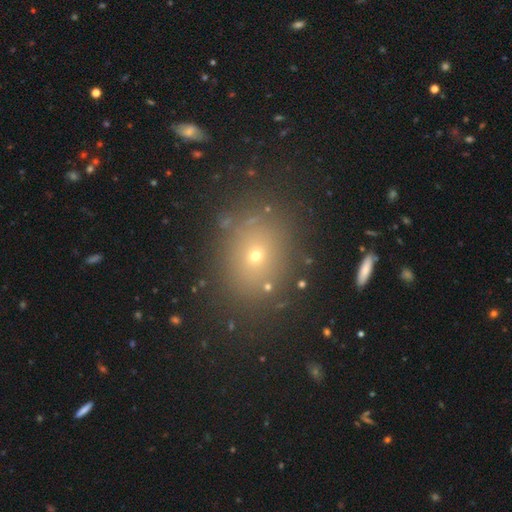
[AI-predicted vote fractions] A smooth galaxy with no disk features (60%) that is round (57%). Merging: none (84%).